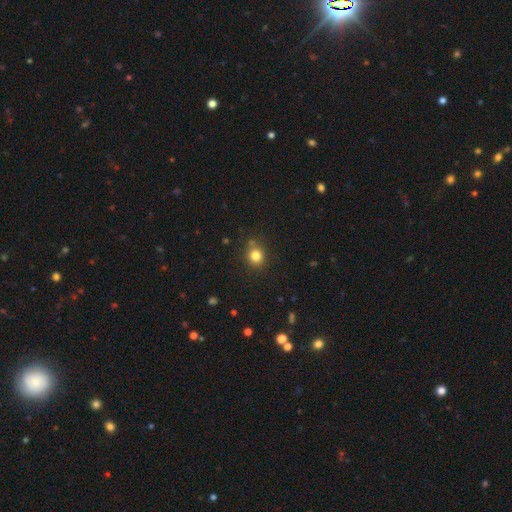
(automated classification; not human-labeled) This is clearly a smooth galaxy (81%). How rounded: likely round (77%). Merging: clearly none (80%).